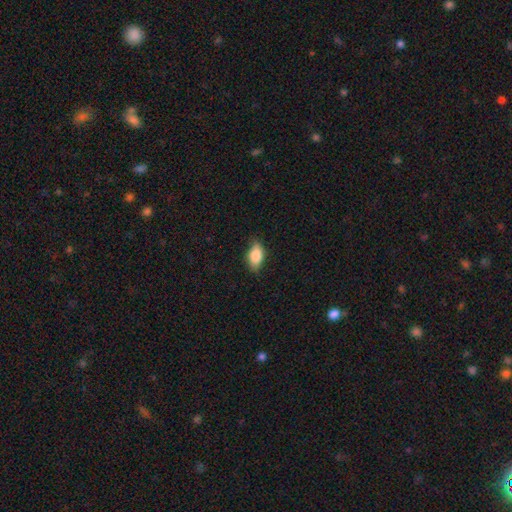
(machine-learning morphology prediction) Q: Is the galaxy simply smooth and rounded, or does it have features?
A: smooth — 85%.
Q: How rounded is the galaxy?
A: in between — 89%.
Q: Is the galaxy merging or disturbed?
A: none — 80%.